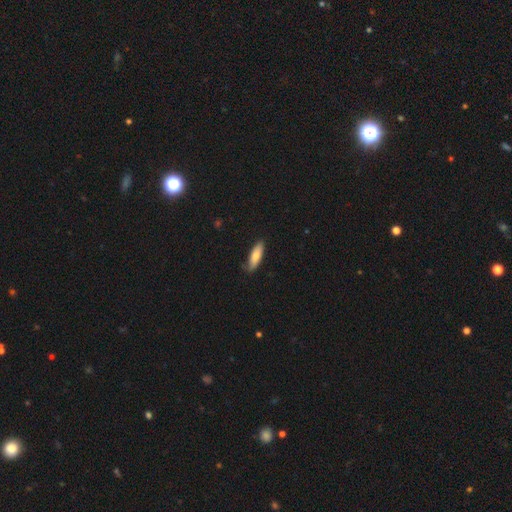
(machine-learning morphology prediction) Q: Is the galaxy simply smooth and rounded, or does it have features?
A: smooth — 78%.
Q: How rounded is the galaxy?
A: cigar-shaped — 52%.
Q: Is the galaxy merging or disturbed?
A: none — 79%.